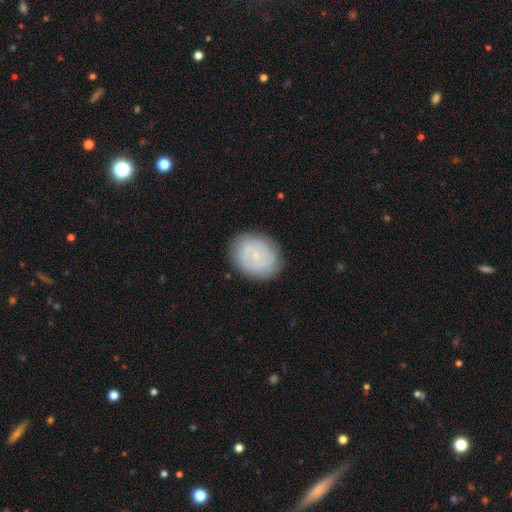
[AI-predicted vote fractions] Smooth or featured? Predicted: featured or disk (p=0.47). Merging? Predicted: none (p=0.84).